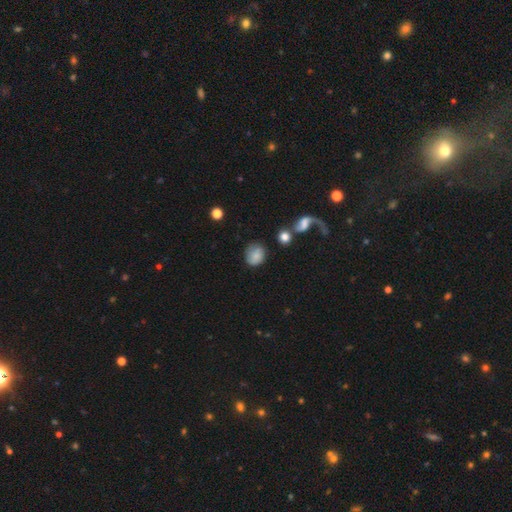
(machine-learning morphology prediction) This is likely a smooth galaxy (73%). How rounded: likely round (65%). Merging: possibly none (59%).